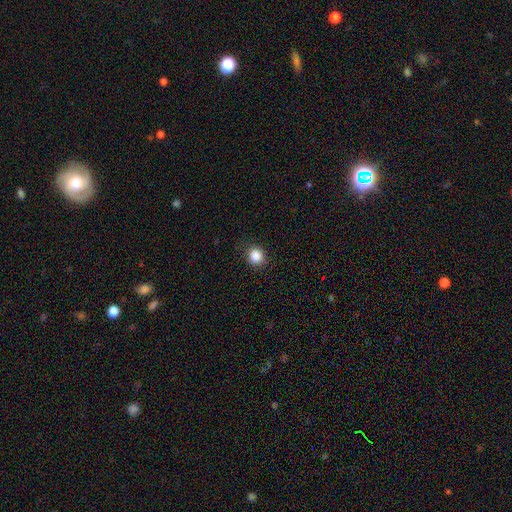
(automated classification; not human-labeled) A smooth galaxy with no disk features (87%) that is round (84%).

Vote fractions:
- Smooth or featured? smooth: 87% / star or artifact: 10% / featured or disk: 3%
- How rounded? round: 84% / in between: 15% / cigar-shaped: 1%
- Merging? none: 87% / minor disturbance: 10% / major disturbance: 3% / merger: 1%